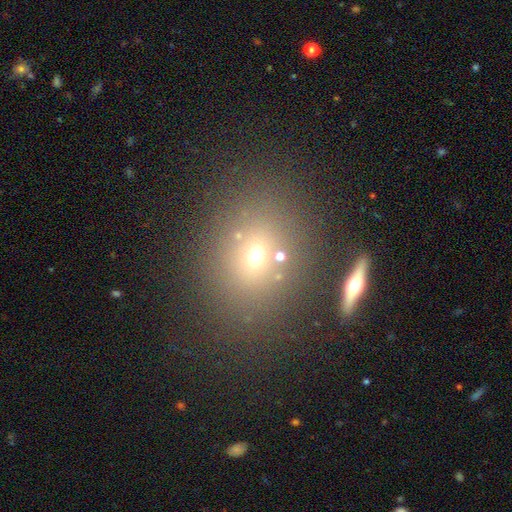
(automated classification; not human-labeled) Smooth or featured?
  - smooth: 61% *
  - star or artifact: 21%
  - featured or disk: 18%
How rounded?
  - round: 61% *
  - in between: 37%
  - cigar-shaped: 2%
Merging?
  - none: 74% *
  - minor disturbance: 11%
  - merger: 10%
  - major disturbance: 5%